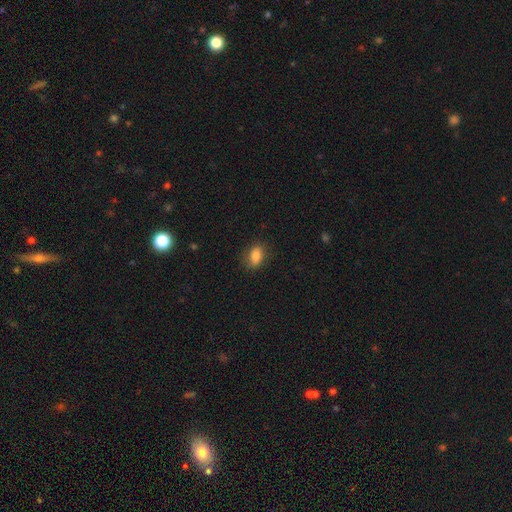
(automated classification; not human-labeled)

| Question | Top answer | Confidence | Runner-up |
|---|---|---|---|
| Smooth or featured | smooth | 82% | featured or disk (9%) |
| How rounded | in between | 82% | round (15%) |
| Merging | none | 79% | minor disturbance (16%) |